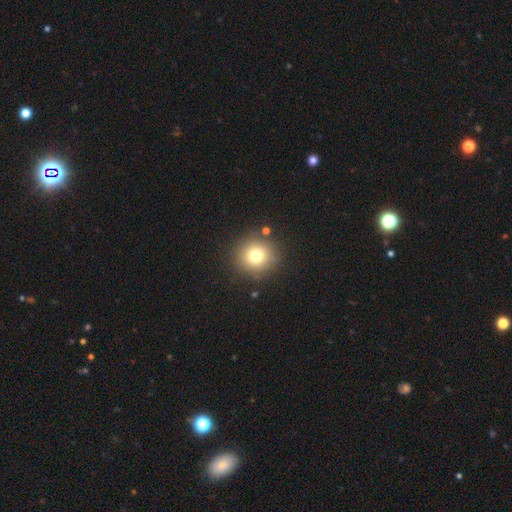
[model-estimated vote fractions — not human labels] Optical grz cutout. It shows a smooth galaxy with no disk features (76%) that is round (91%). Merging: none (87%).